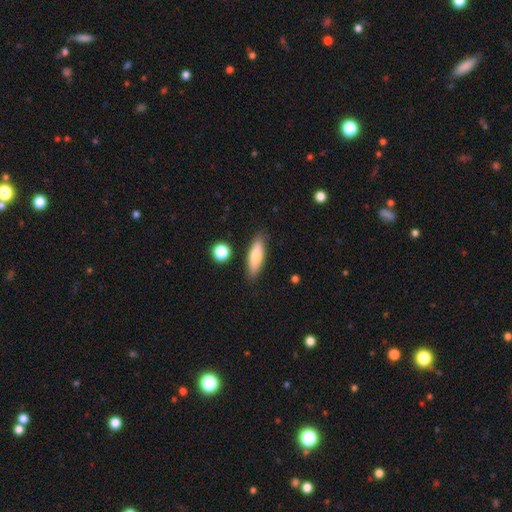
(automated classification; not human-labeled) A smooth galaxy with no disk features (75%) that is cigar-shaped (50%).

Vote fractions:
- Smooth or featured? smooth: 75% / featured or disk: 18% / star or artifact: 6%
- How rounded? cigar-shaped: 50% / in between: 48% / round: 2%
- Merging? none: 85% / minor disturbance: 10% / merger: 2% / major disturbance: 2%